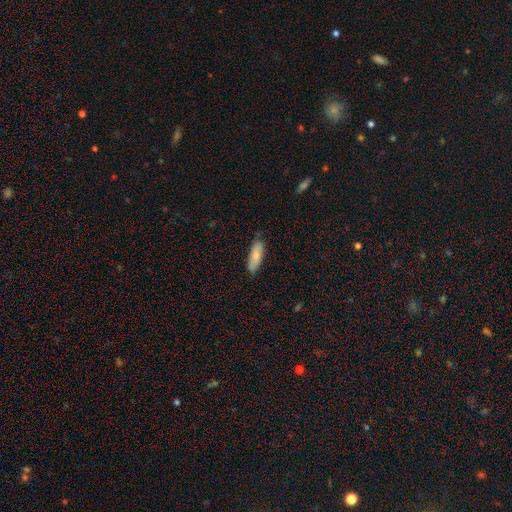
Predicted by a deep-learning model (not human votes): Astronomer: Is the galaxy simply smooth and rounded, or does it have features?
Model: smooth — 82%.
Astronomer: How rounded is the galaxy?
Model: in between — 60% (runner-up: cigar-shaped, 38%).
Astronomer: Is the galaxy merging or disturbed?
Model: none — 83%.